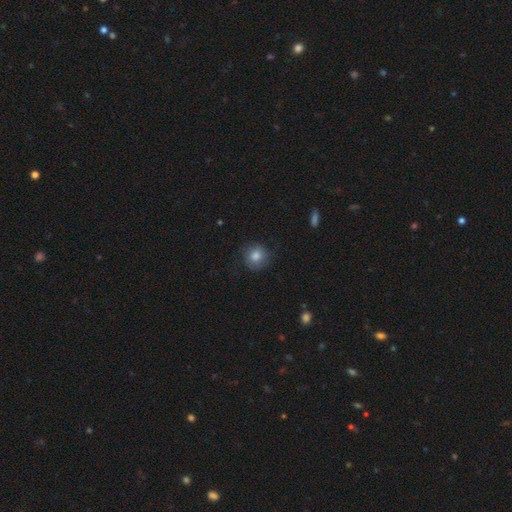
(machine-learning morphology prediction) Q: Smooth or featured?
A: smooth (80%); runner-up: featured or disk (10%)
Q: How rounded?
A: round (87%); runner-up: in between (12%)
Q: Merging?
A: none (76%); runner-up: minor disturbance (17%)